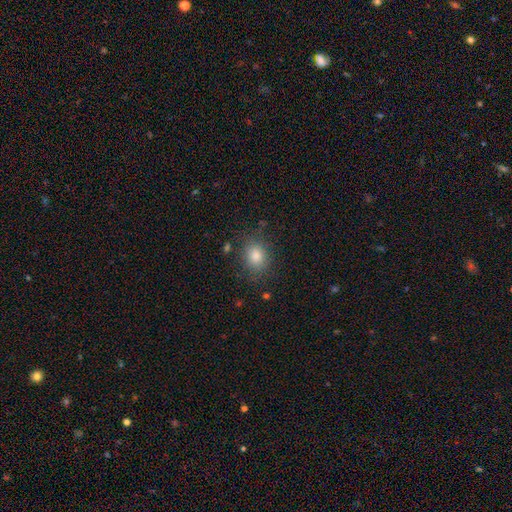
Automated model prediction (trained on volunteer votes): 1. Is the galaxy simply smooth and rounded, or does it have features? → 81% smooth, 12% star or artifact, 7% featured or disk.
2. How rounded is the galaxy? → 52% round, 47% in between, 1% cigar-shaped.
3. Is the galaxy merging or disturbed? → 83% none, 12% minor disturbance, 4% major disturbance, 2% merger.